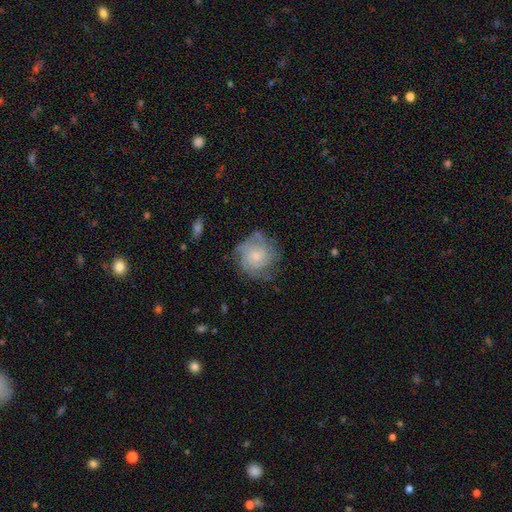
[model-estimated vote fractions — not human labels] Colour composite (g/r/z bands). It shows a featured or disk galaxy (76%) with no bar (76%), tight (66%) spiral arms (94%) and a small central bulge (55%). Merging: none (69%).